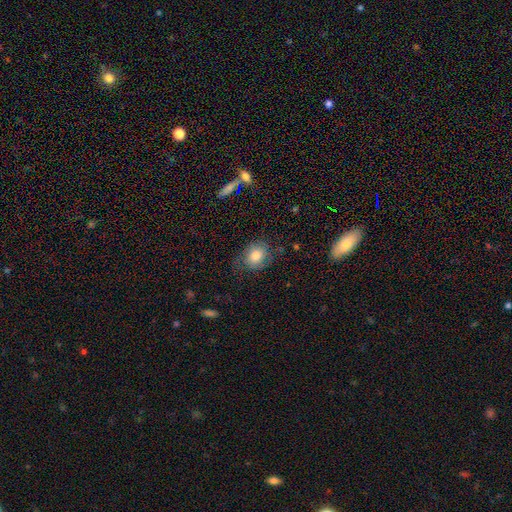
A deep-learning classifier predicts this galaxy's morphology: Smooth or featured? smooth (69%)
How rounded? in between (53%)
Merging? none (62%)